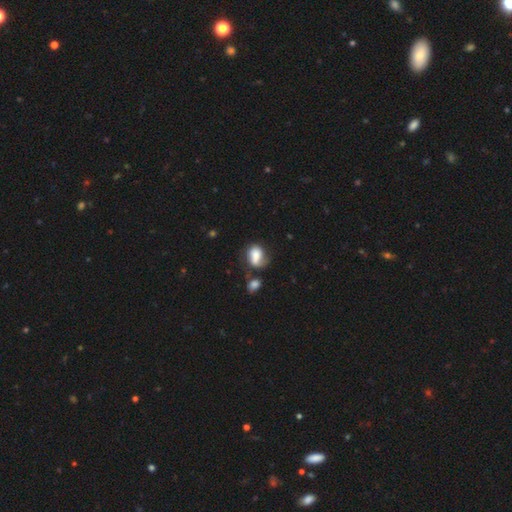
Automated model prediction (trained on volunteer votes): This appears to be a smooth galaxy with no disk features (65%) that is in between round and cigar-shaped (70%). Merging: none (36%).